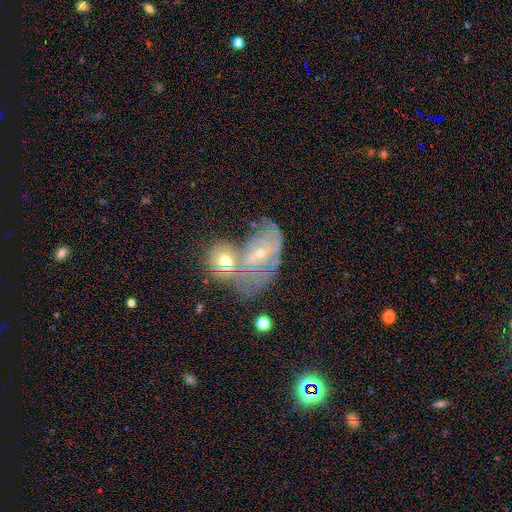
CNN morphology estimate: Smooth or featured? featured or disk (66%)
Edge-on disk? no (93%)
Bar? no (61%)
Spiral arms? yes (76%)
Bulge size? small (63%)
Merging? merger (48%)